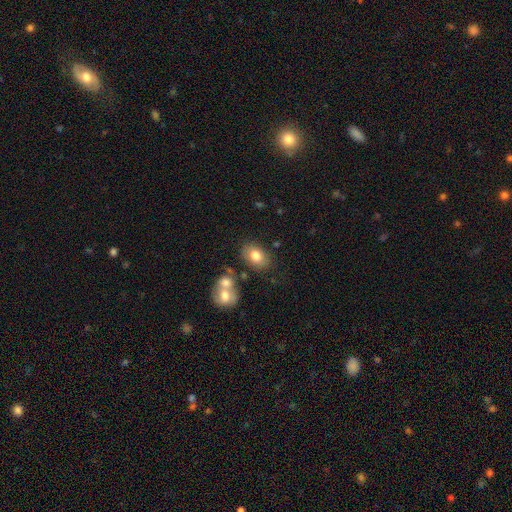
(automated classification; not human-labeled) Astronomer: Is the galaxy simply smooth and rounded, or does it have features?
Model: smooth — 79%.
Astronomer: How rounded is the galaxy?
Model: in between — 77%.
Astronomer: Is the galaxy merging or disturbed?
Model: none — 73%.